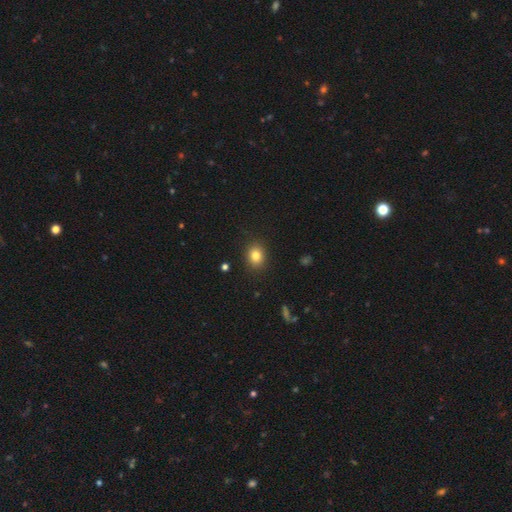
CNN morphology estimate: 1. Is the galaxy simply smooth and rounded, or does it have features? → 82% smooth, 11% star or artifact, 7% featured or disk.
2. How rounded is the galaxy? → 59% round, 40% in between, 1% cigar-shaped.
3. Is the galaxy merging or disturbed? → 89% none, 8% minor disturbance, 2% major disturbance, 1% merger.